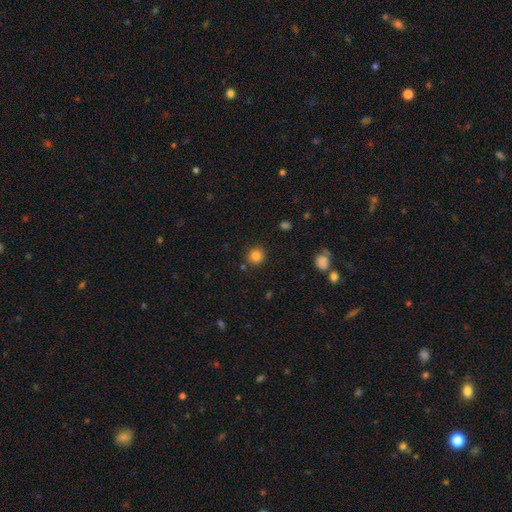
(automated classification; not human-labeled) This appears to be a smooth galaxy with no disk features (84%) that is round (92%). Merging: none (86%).